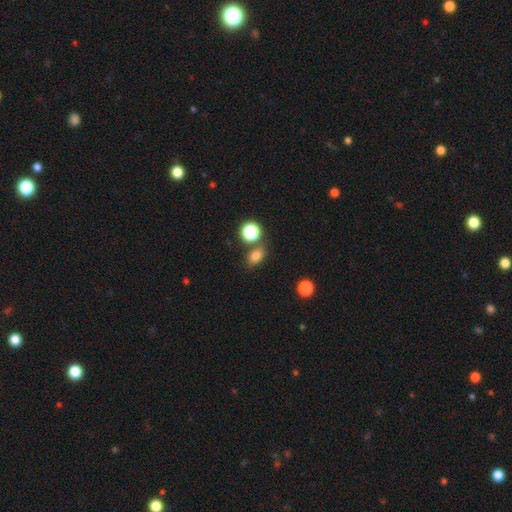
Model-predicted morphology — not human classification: Smooth or featured: smooth — 79% (star or artifact — 15%)
How rounded: in between — 69% (round — 29%)
Merging: none — 69% (merger — 14%)